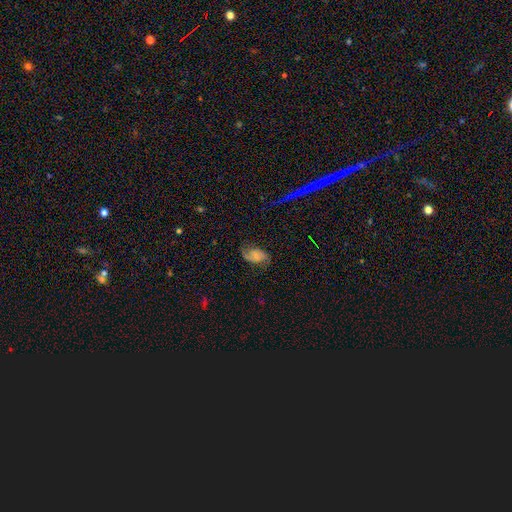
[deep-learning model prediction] Smooth or featured?
  - featured or disk: 61% *
  - smooth: 30%
  - star or artifact: 10%
Edge-on disk?
  - no: 97% *
  - yes: 3%
Bar?
  - no: 55% *
  - weak: 36%
  - strong: 9%
Spiral arms?
  - yes: 91% *
  - no: 9%
Spiral winding?
  - medium: 41% *
  - loose: 40%
  - tight: 19%
Spiral arm count?
  - 2: 79% *
  - 1: 12%
  - can't tell: 6%
  - 3: 1%
  - 4: 1%
  - more than 4: 1%
Bulge size?
  - none: 40% *
  - small: 33%
  - moderate: 18%
  - large: 7%
  - dominant: 2%
Merging?
  - none: 62% *
  - minor disturbance: 22%
  - major disturbance: 14%
  - merger: 2%